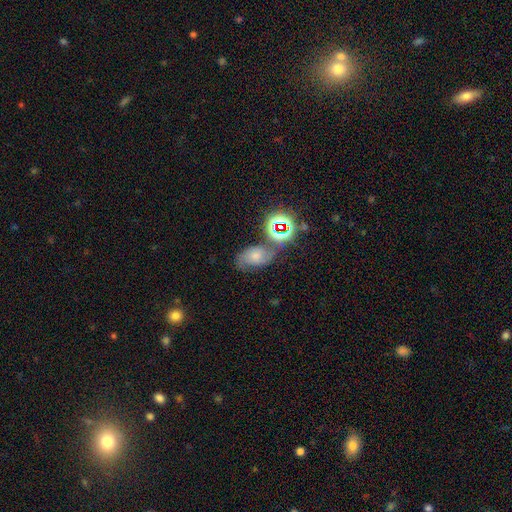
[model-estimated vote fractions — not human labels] The model was most divided on "smooth or featured": smooth: 39%, featured or disk: 36%, star or artifact: 25%. Remaining: merging — none (48%).